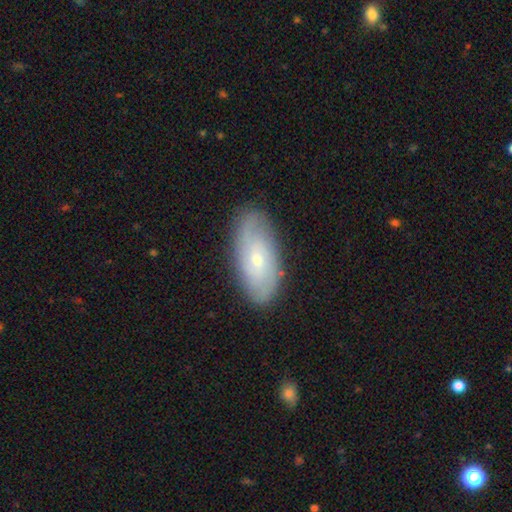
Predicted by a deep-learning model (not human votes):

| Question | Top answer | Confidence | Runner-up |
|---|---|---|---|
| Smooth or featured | featured or disk | 61% | smooth (32%) |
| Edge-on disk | no | 90% | yes (10%) |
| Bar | no | 68% | weak (27%) |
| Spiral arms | yes | 85% | no (15%) |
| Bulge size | small | 66% | moderate (30%) |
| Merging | none | 85% | minor disturbance (12%) |